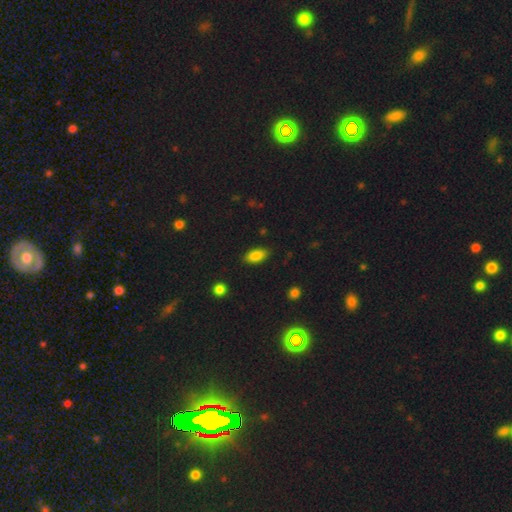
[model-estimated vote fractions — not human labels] Q: Smooth or featured?
A: smooth (86%); runner-up: star or artifact (8%)
Q: How rounded?
A: in between (90%); runner-up: cigar-shaped (6%)
Q: Merging?
A: none (85%); runner-up: minor disturbance (12%)